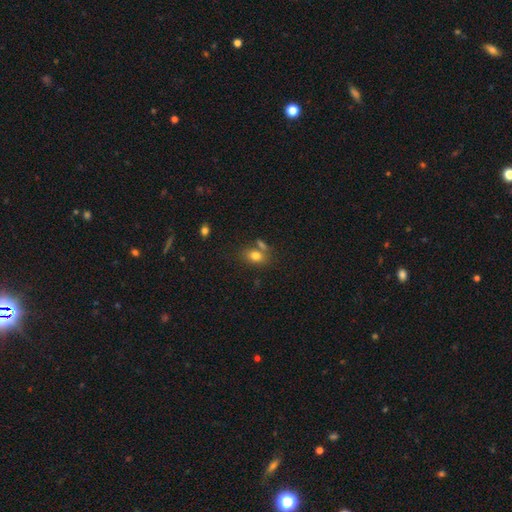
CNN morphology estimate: Smooth or featured: smooth — 79% (star or artifact — 11%)
How rounded: in between — 74% (round — 24%)
Merging: none — 57% (merger — 25%)